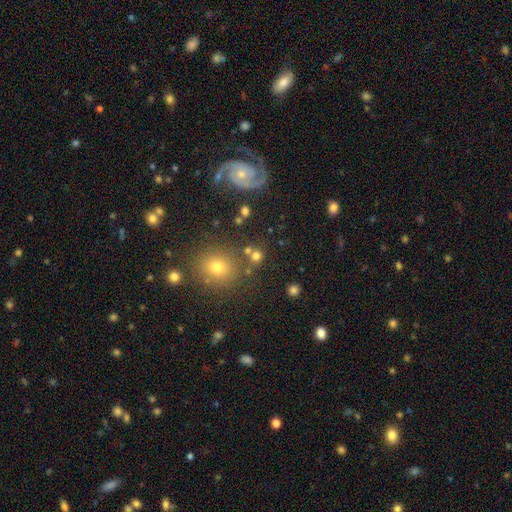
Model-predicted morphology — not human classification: The model was most divided on "smooth or featured": smooth: 72%, star or artifact: 20%, featured or disk: 8%. More confident: how rounded — round (87%); merging — none (71%).